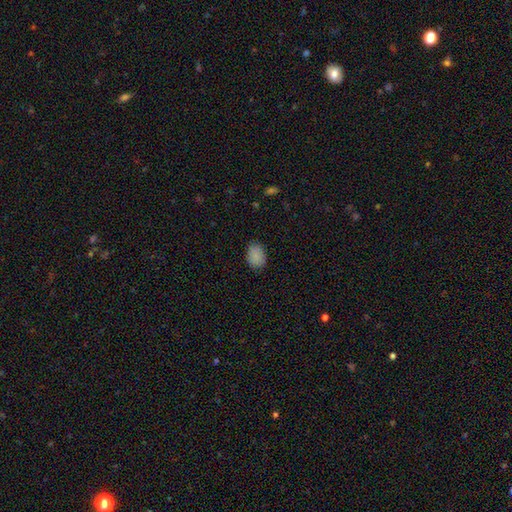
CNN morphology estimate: This is clearly a smooth galaxy (87%). How rounded: likely in between (76%). Merging: clearly none (81%).